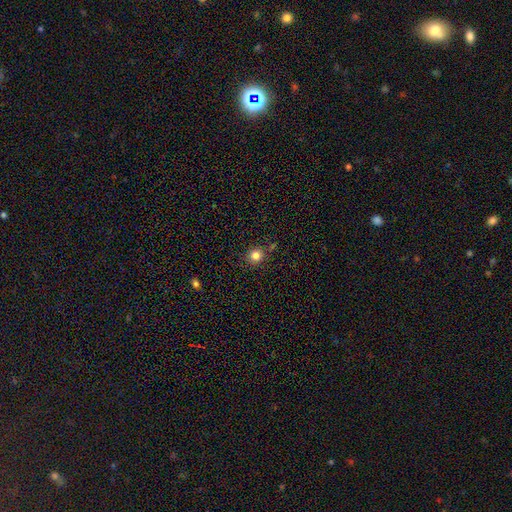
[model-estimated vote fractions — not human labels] smooth-or-featured: smooth: 82% | star or artifact: 13% | featured or disk: 5%
  how-rounded: round: 91% | in between: 8% | cigar-shaped: 1%
  merging: none: 83% | minor disturbance: 9% | merger: 5% | major disturbance: 3%